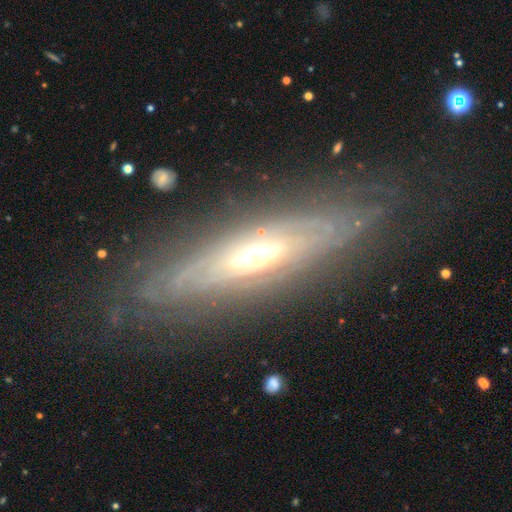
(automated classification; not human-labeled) The model was most divided on "edge-on disk": yes: 54%, no: 46%. More confident: smooth or featured — featured or disk (81%); merging — none (75%).